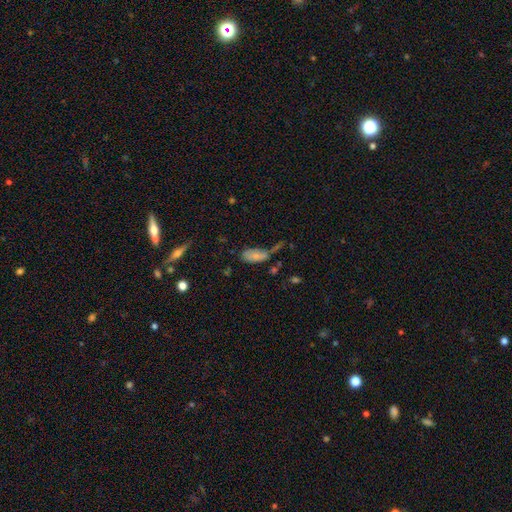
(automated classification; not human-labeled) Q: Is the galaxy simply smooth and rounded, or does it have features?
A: smooth — 75%.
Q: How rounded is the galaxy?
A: in between — 91%.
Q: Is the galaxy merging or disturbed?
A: none — 35%.